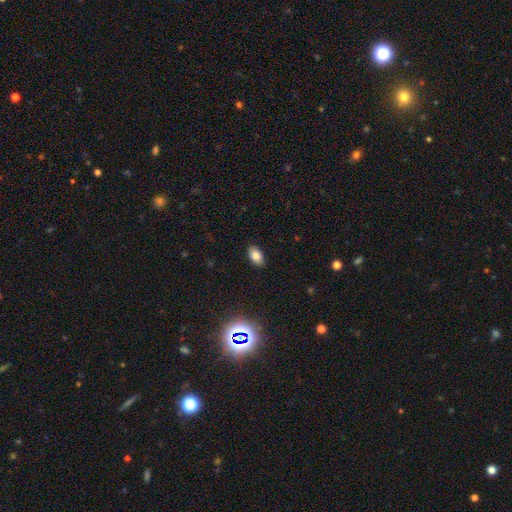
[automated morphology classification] type=smooth (82%); roundness=in between (92%); merging=none (89%).